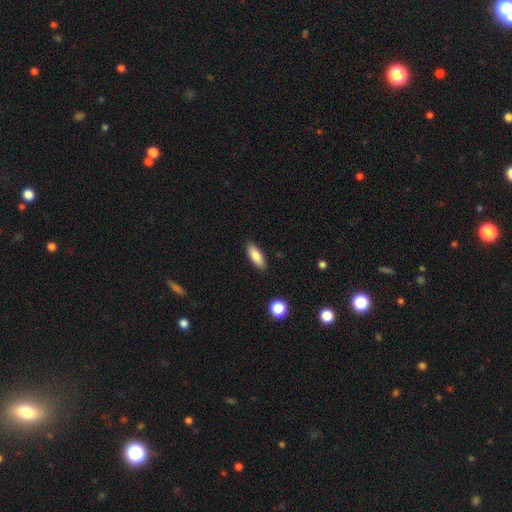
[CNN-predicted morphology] Q: Smooth or featured?
A: smooth (82%); runner-up: featured or disk (12%)
Q: How rounded?
A: in between (69%); runner-up: cigar-shaped (29%)
Q: Merging?
A: none (88%); runner-up: minor disturbance (9%)